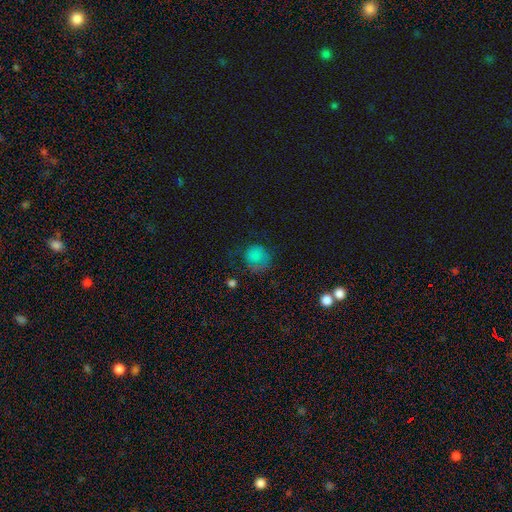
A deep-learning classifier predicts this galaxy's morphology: smooth-or-featured: smooth: 73% | star or artifact: 14% | featured or disk: 13%
  how-rounded: round: 86% | in between: 13% | cigar-shaped: 1%
  merging: none: 54% | minor disturbance: 24% | major disturbance: 19% | merger: 2%